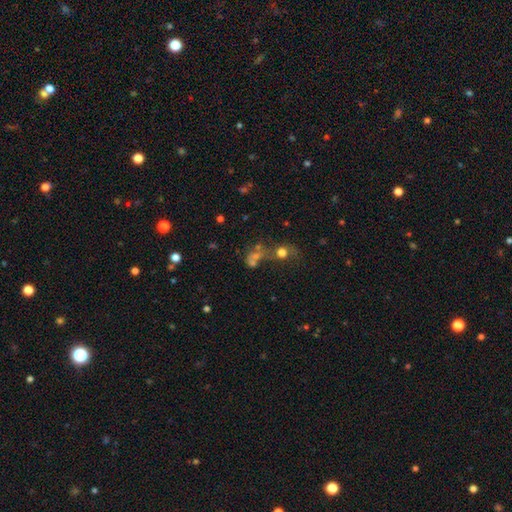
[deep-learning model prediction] smooth-or-featured: smooth: 45% | star or artifact: 35% | featured or disk: 20%
  merging: merger: 42% | none: 35% | major disturbance: 14% | minor disturbance: 9%